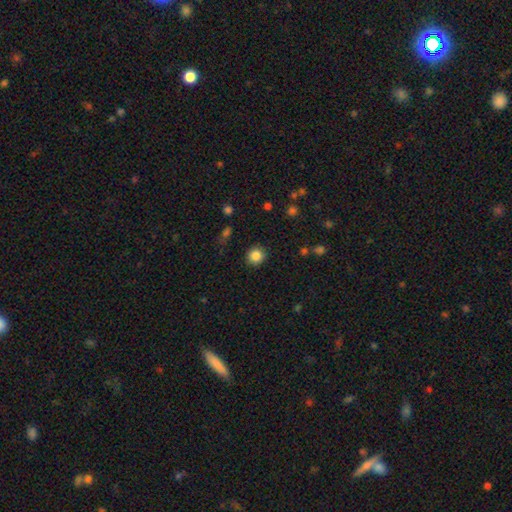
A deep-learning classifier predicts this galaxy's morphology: Smooth or featured?
  - smooth: 85% *
  - star or artifact: 10%
  - featured or disk: 5%
How rounded?
  - round: 89% *
  - in between: 10%
  - cigar-shaped: 1%
Merging?
  - none: 89% *
  - minor disturbance: 7%
  - major disturbance: 3%
  - merger: 1%